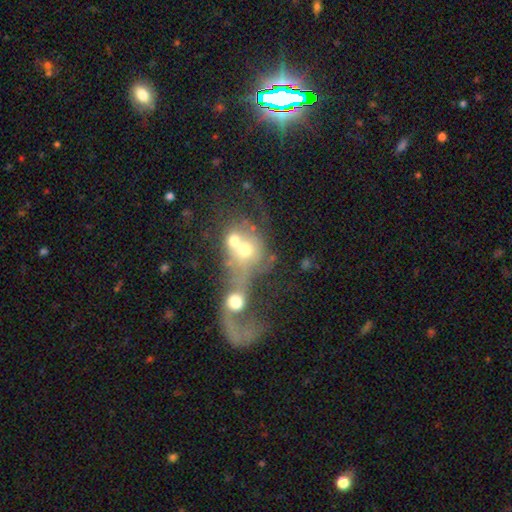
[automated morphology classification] featured or disk 48%, smooth 29%, star or artifact 23%. Down the decision tree: merging — merger (79%).